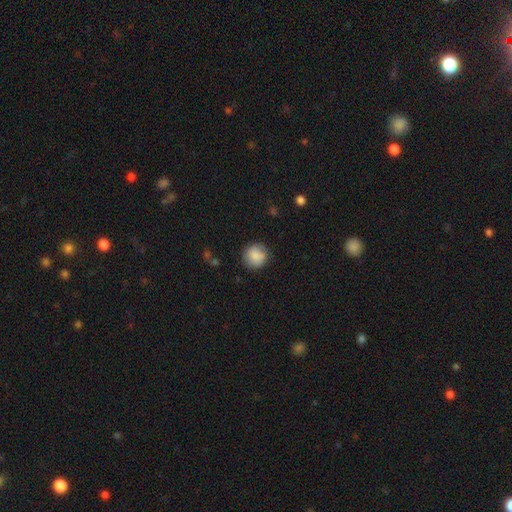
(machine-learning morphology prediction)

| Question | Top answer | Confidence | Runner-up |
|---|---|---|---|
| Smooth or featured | smooth | 83% | featured or disk (9%) |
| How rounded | round | 90% | in between (9%) |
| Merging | none | 81% | minor disturbance (14%) |